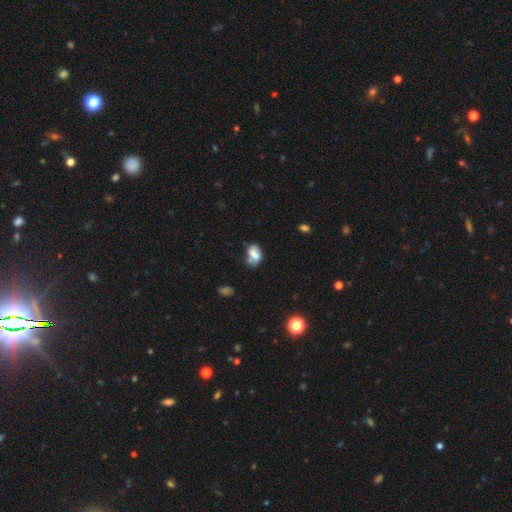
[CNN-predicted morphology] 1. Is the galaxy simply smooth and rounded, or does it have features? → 64% smooth, 25% featured or disk, 11% star or artifact.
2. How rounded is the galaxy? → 78% in between, 20% round, 2% cigar-shaped.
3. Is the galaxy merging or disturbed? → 37% none, 26% minor disturbance, 24% merger, 12% major disturbance.